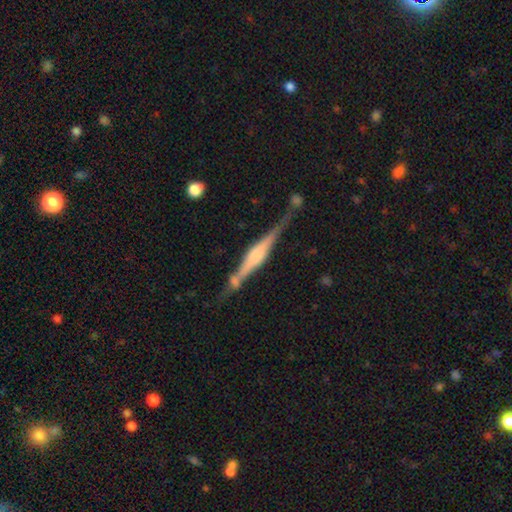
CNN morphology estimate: Q: Smooth or featured?
A: featured or disk (78%); runner-up: smooth (16%)
Q: Edge-on disk?
A: yes (97%); runner-up: no (3%)
Q: Edge-on bulge?
A: rounded (57%); runner-up: boxy (35%)
Q: Merging?
A: none (70%); runner-up: minor disturbance (17%)